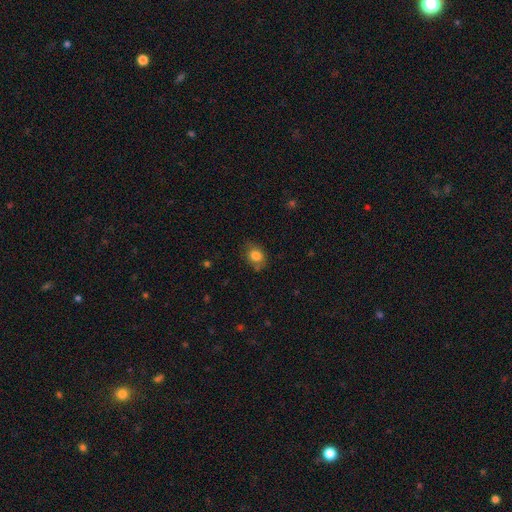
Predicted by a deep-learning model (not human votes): smooth_or_featured: smooth (p=0.81) [alt: star or artifact p=0.10]
how_rounded: in between (p=0.50) [alt: round p=0.49]
merging: none (p=0.69) [alt: minor disturbance p=0.22]